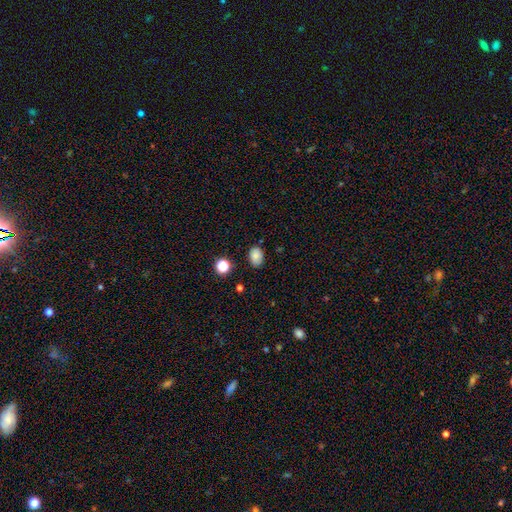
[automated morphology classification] Smooth or featured? smooth (83%)
How rounded? in between (74%)
Merging? none (78%)